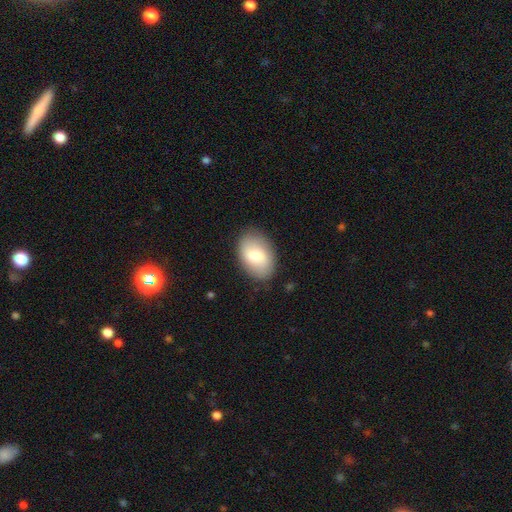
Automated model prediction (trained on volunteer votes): Smooth or featured? smooth (73%)
How rounded? in between (87%)
Merging? none (85%)